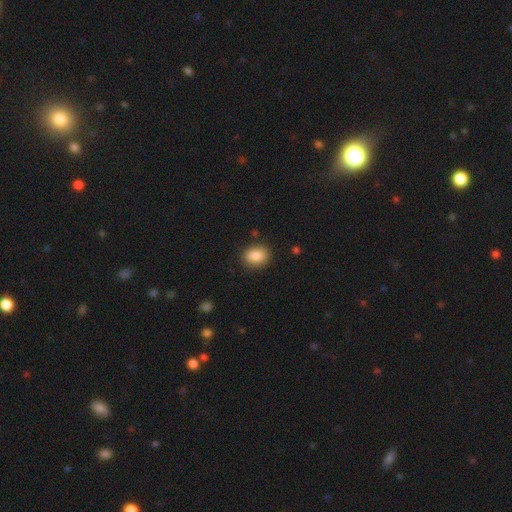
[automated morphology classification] Smooth or featured: smooth — 87% (star or artifact — 8%)
How rounded: in between — 56% (round — 43%)
Merging: none — 87% (minor disturbance — 9%)